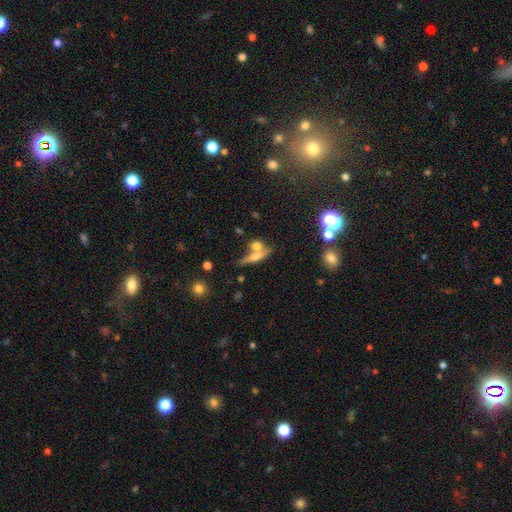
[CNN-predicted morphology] A smooth galaxy with no disk features (44%). Merging: none (50%).